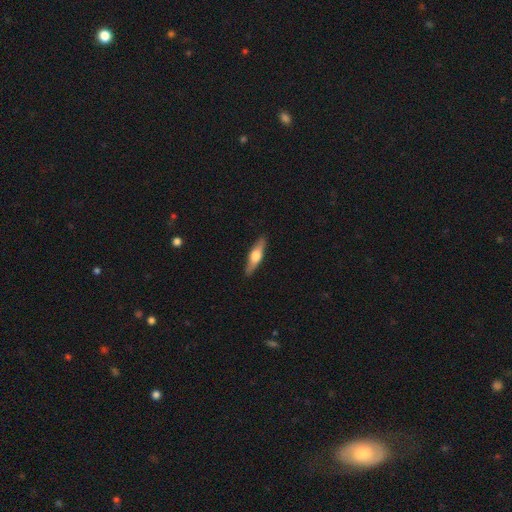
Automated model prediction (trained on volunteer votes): Smooth or featured? Predicted: featured or disk (p=0.50). Edge-on disk? Predicted: yes (p=0.92). Merging? Predicted: none (p=0.90).